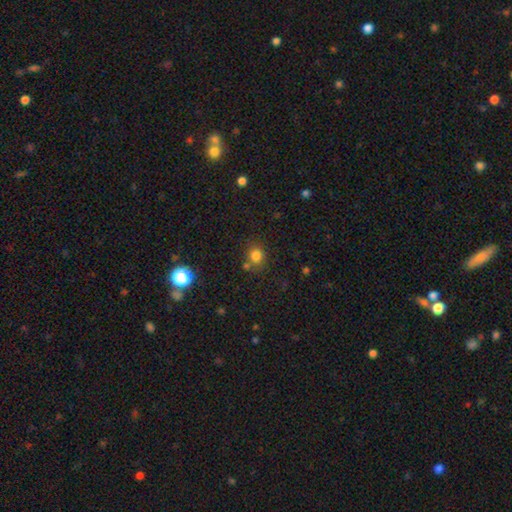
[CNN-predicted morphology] Q: Smooth or featured?
A: smooth (80%); runner-up: star or artifact (14%)
Q: How rounded?
A: round (75%); runner-up: in between (24%)
Q: Merging?
A: none (68%); runner-up: merger (15%)